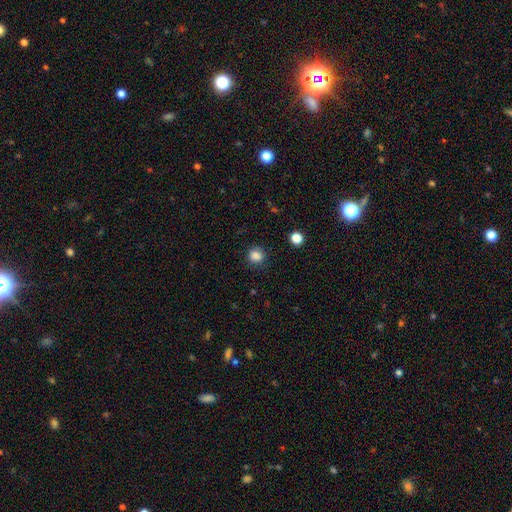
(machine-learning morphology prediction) Smooth or featured? smooth (85%)
How rounded? round (88%)
Merging? none (87%)